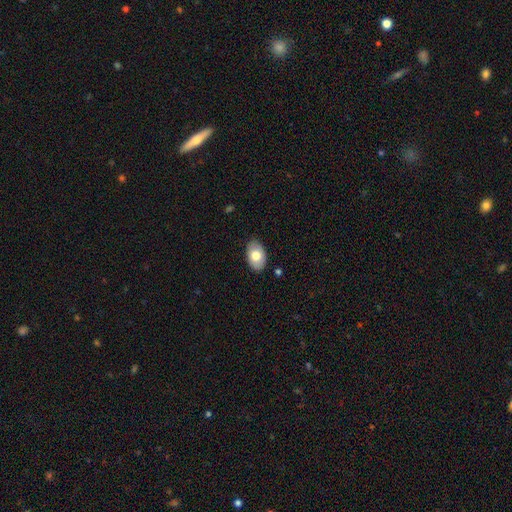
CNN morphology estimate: smooth-or-featured: smooth: 73% | featured or disk: 21% | star or artifact: 6%
  how-rounded: in between: 90% | round: 9% | cigar-shaped: 1%
  merging: none: 86% | minor disturbance: 10% | major disturbance: 2% | merger: 1%